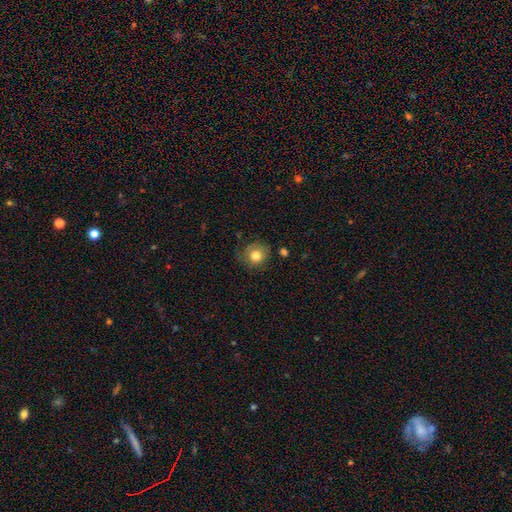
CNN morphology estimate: Smooth or featured: smooth — 79% (featured or disk — 11%)
How rounded: round — 86% (in between — 13%)
Merging: none — 70% (minor disturbance — 21%)